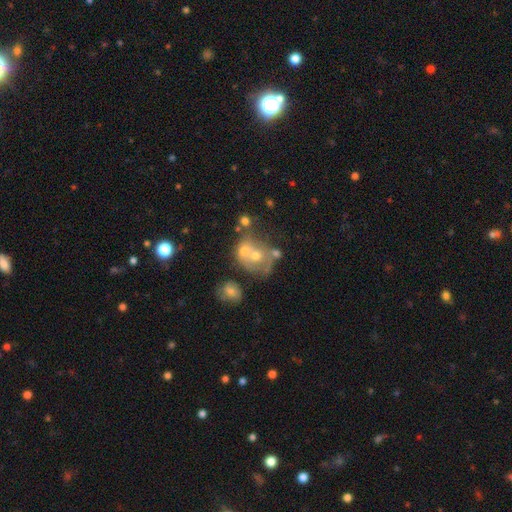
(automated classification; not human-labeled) The model was most divided on "smooth or featured": smooth: 50%, featured or disk: 38%, star or artifact: 12%. More confident: merging — merger (56%).